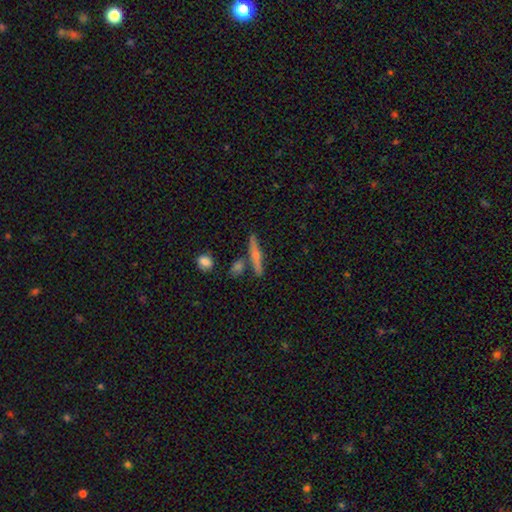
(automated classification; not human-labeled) Smooth or featured? Predicted: featured or disk (p=0.47). Merging? Predicted: none (p=0.77).